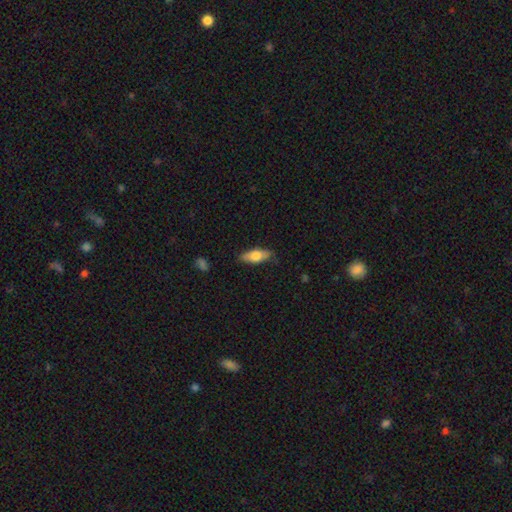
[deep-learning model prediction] This is likely a smooth galaxy (72%). How rounded: likely in between (74%). Merging: likely none (78%).